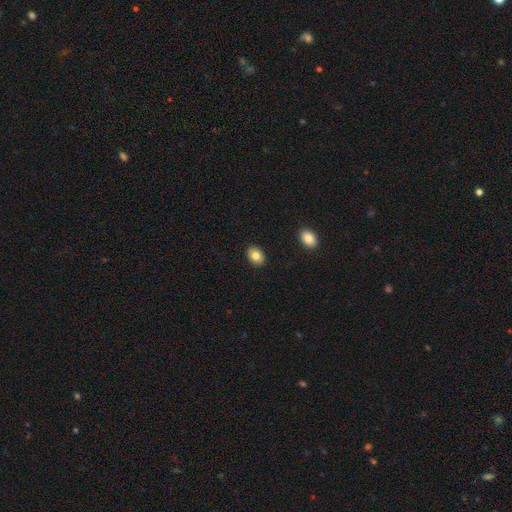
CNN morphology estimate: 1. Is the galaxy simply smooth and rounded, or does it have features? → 83% smooth, 9% featured or disk, 8% star or artifact.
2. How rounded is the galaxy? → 73% in between, 26% round, 1% cigar-shaped.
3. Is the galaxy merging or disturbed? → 90% none, 7% minor disturbance, 2% major disturbance, 1% merger.